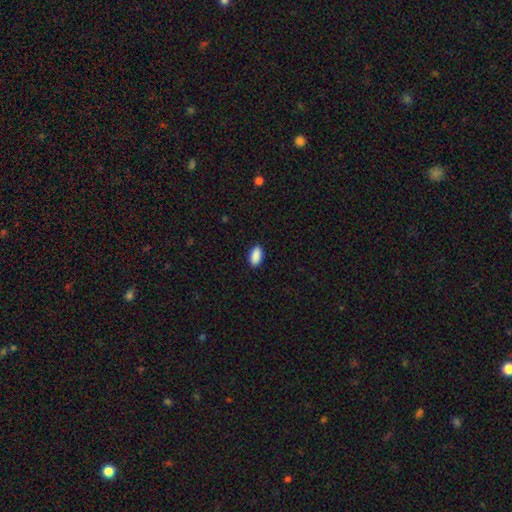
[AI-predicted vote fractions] Q: Smooth or featured?
A: smooth (90%); runner-up: star or artifact (7%)
Q: How rounded?
A: in between (93%); runner-up: cigar-shaped (4%)
Q: Merging?
A: none (89%); runner-up: minor disturbance (8%)